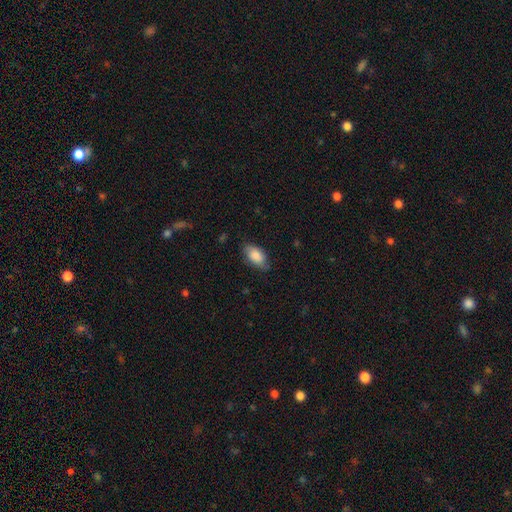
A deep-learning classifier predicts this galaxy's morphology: Q: Smooth or featured?
A: smooth (75%); runner-up: featured or disk (18%)
Q: How rounded?
A: in between (93%); runner-up: round (5%)
Q: Merging?
A: none (72%); runner-up: minor disturbance (22%)